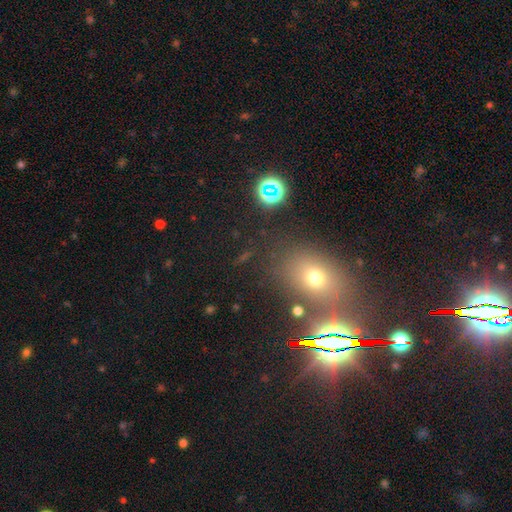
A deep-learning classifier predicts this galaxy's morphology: The model was most divided on "smooth or featured": star or artifact: 58%, smooth: 31%, featured or disk: 12%.